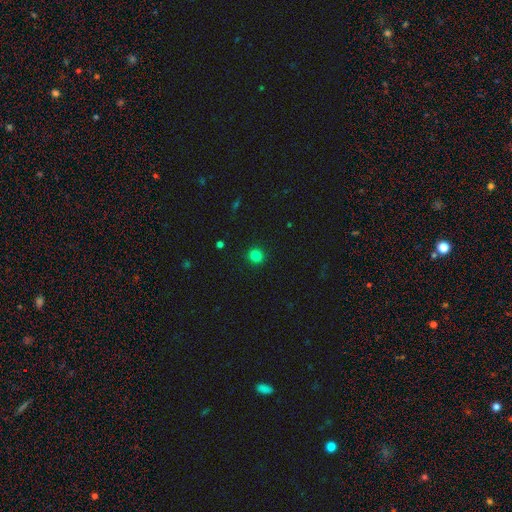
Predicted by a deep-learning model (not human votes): Q: Smooth or featured?
A: smooth (84%); runner-up: star or artifact (13%)
Q: How rounded?
A: round (84%); runner-up: in between (16%)
Q: Merging?
A: none (91%); runner-up: minor disturbance (6%)